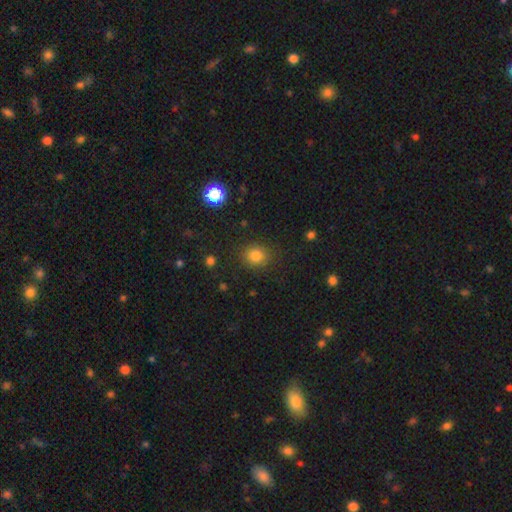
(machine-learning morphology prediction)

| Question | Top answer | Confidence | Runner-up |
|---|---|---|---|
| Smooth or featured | smooth | 81% | star or artifact (13%) |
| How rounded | round | 78% | in between (21%) |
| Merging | none | 86% | minor disturbance (9%) |